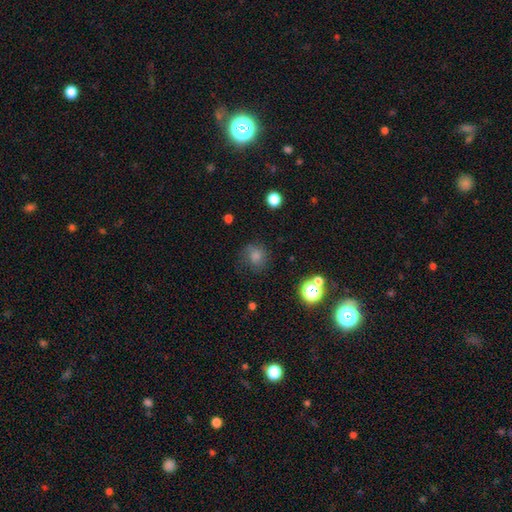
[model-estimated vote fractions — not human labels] smooth 73%, star or artifact 16%, featured or disk 11%. Down the decision tree: how rounded — round (80%); merging — none (69%).